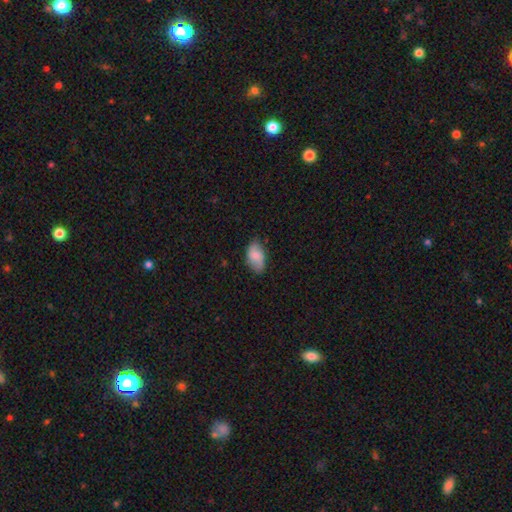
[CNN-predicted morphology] smooth 74%, featured or disk 19%, star or artifact 7%. Down the decision tree: how rounded — in between (93%); merging — none (72%).